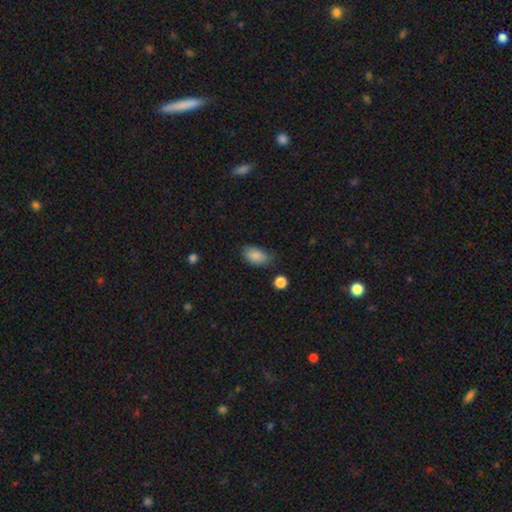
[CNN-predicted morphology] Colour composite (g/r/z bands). It shows a smooth galaxy with no disk features (86%) that is in between round and cigar-shaped (91%). Merging: none (70%).